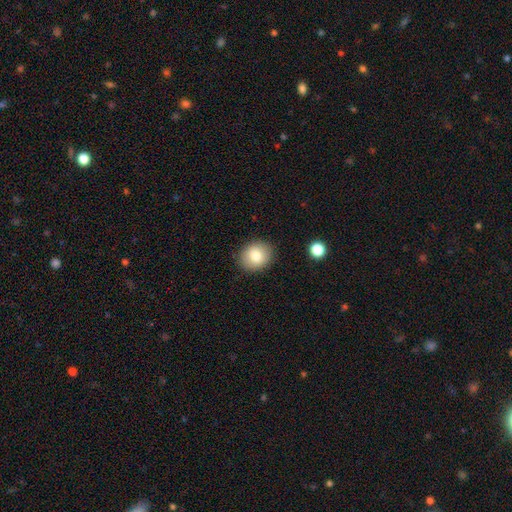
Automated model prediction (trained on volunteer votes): The model was most divided on "how rounded": round: 63%, in between: 36%, cigar-shaped: 1%. More confident: merging — none (88%); smooth or featured — smooth (80%).